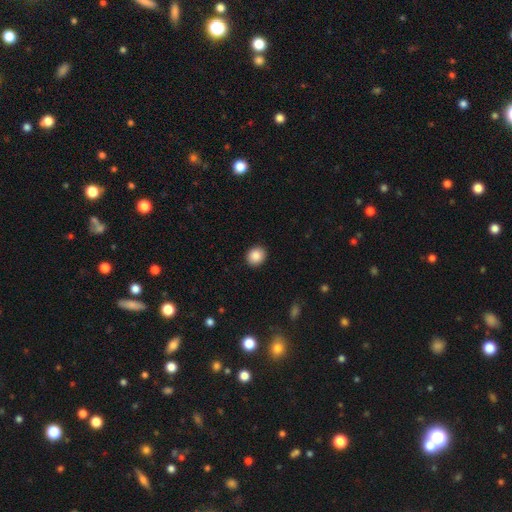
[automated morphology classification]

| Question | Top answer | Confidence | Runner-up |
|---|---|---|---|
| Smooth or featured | smooth | 89% | star or artifact (8%) |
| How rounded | round | 77% | in between (22%) |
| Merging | none | 91% | minor disturbance (6%) |